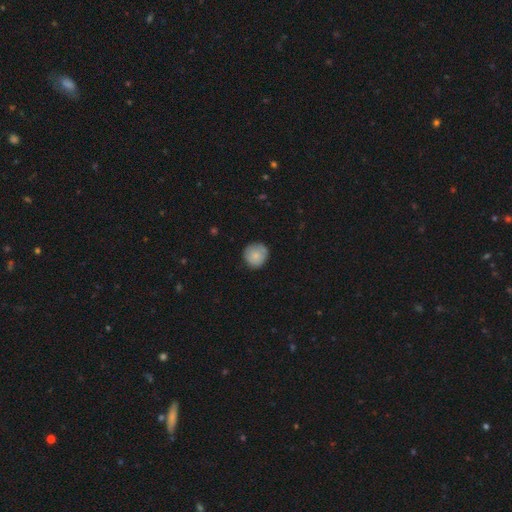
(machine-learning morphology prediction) A smooth galaxy with no disk features (80%) that is round (93%).

Vote fractions:
- Smooth or featured? smooth: 80% / featured or disk: 13% / star or artifact: 7%
- How rounded? round: 93% / in between: 6% / cigar-shaped: 1%
- Merging? none: 82% / minor disturbance: 14% / major disturbance: 2% / merger: 1%